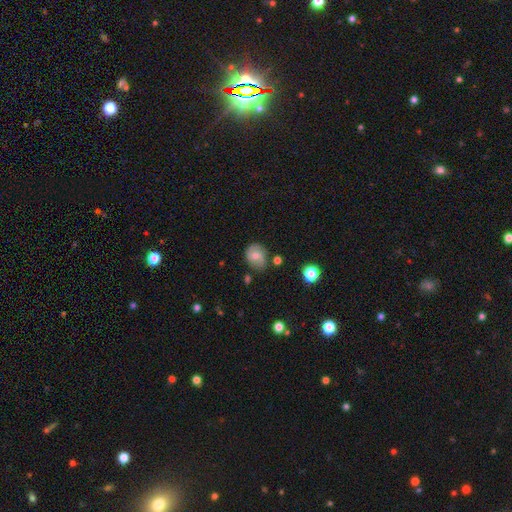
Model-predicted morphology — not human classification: A featured or disk galaxy (51%).

Vote fractions:
- Smooth or featured? featured or disk: 51% / smooth: 40% / star or artifact: 9%
- Edge-on disk? no: 97% / yes: 3%
- Merging? none: 69% / minor disturbance: 21% / major disturbance: 6% / merger: 4%